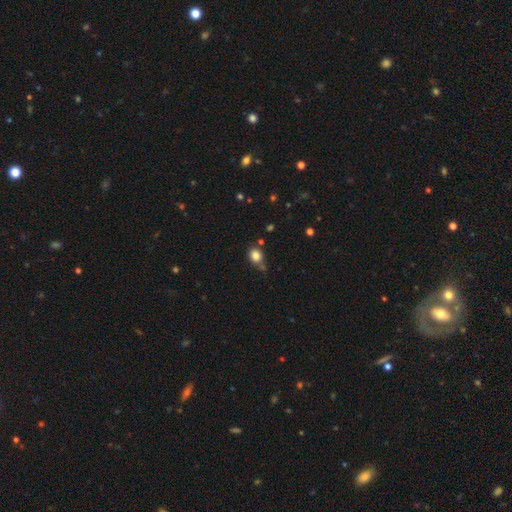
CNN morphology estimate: A smooth galaxy with no disk features (83%) that is round (62%). Merging: none (65%).